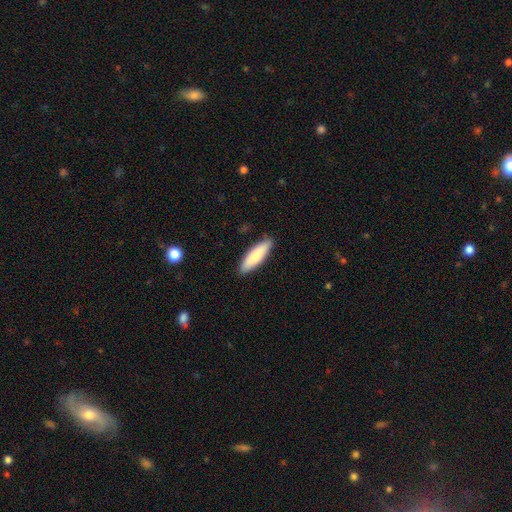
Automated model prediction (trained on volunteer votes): smooth_or_featured: smooth (p=0.82) [alt: featured or disk p=0.13]
how_rounded: cigar-shaped (p=0.61) [alt: in between p=0.38]
merging: none (p=0.88) [alt: minor disturbance p=0.09]